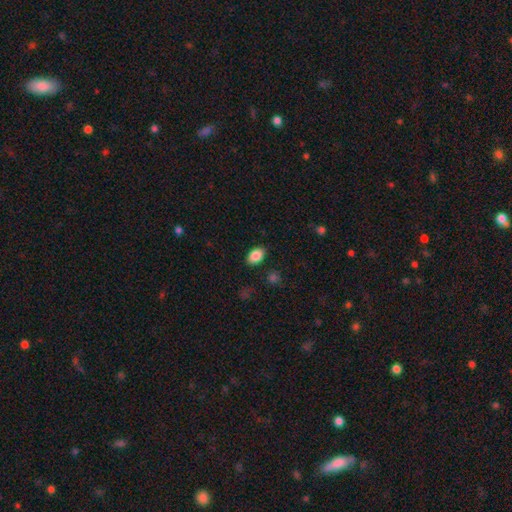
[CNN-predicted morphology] Q: Smooth or featured?
A: smooth (86%); runner-up: star or artifact (8%)
Q: How rounded?
A: in between (87%); runner-up: round (11%)
Q: Merging?
A: none (87%); runner-up: minor disturbance (9%)